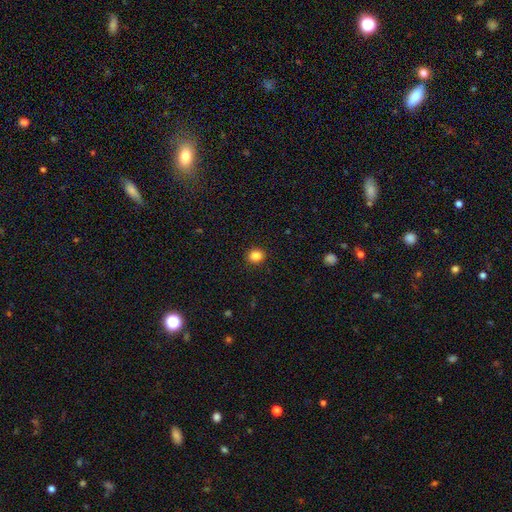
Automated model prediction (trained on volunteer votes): A smooth galaxy with no disk features (86%) that is round (69%). Merging: none (91%).